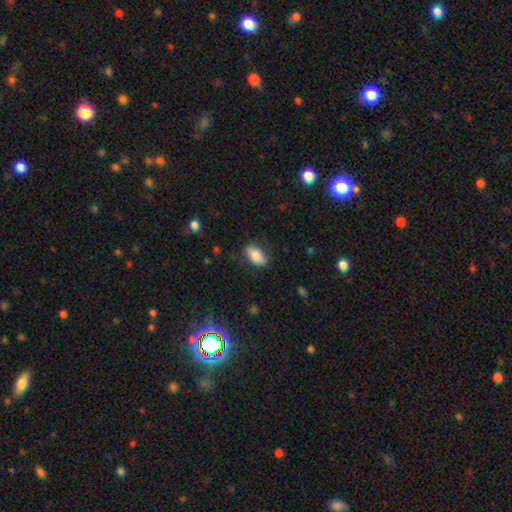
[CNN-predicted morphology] smooth_or_featured: smooth (p=0.77) [alt: featured or disk p=0.15]
how_rounded: in between (p=0.90) [alt: round p=0.06]
merging: none (p=0.79) [alt: minor disturbance p=0.16]